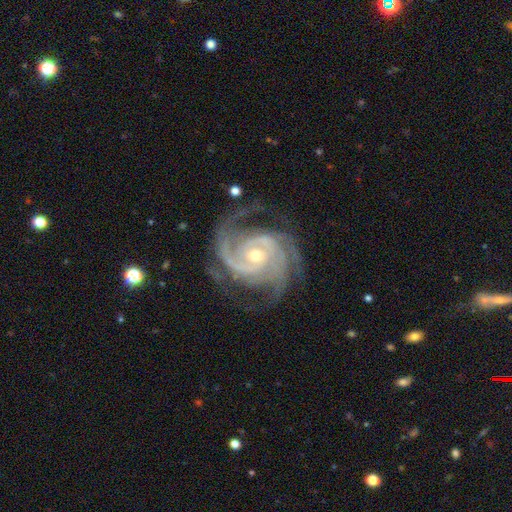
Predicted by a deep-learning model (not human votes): Smooth or featured? Predicted: featured or disk (p=0.93). Edge-on disk? Predicted: no (p=0.98). Bar? Predicted: no (p=0.61). Spiral arms? Predicted: yes (p=0.98). Spiral winding? Predicted: tight (p=0.55). Spiral arm count? Predicted: 2 (p=0.34). Bulge size? Predicted: small (p=0.56). Merging? Predicted: none (p=0.70).